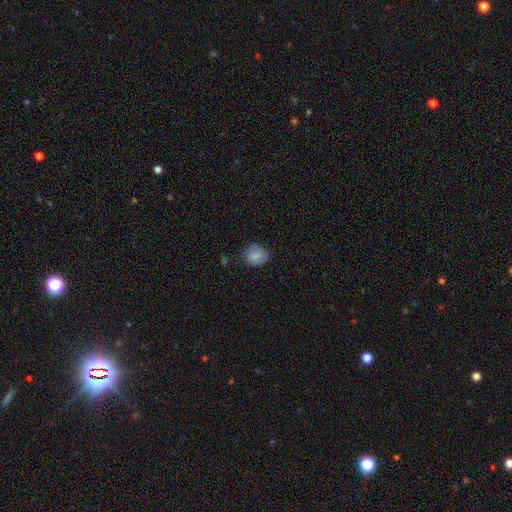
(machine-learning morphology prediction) Smooth or featured?
  - smooth: 83% *
  - star or artifact: 9%
  - featured or disk: 8%
How rounded?
  - round: 58% *
  - in between: 41%
  - cigar-shaped: 1%
Merging?
  - none: 68% *
  - minor disturbance: 25%
  - major disturbance: 6%
  - merger: 2%